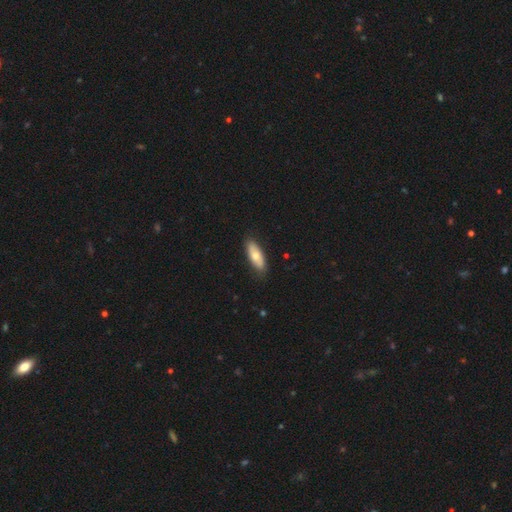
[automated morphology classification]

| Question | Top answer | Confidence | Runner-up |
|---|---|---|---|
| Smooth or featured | smooth | 66% | featured or disk (29%) |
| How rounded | in between | 71% | cigar-shaped (27%) |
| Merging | none | 86% | minor disturbance (11%) |